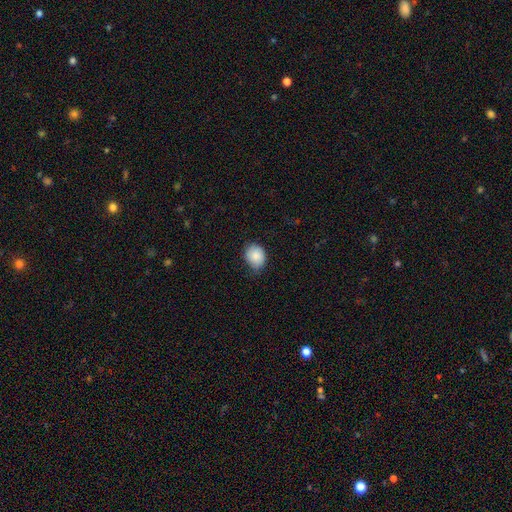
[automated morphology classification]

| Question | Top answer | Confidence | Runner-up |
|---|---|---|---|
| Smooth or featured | smooth | 87% | star or artifact (7%) |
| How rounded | round | 51% | in between (48%) |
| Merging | none | 67% | minor disturbance (27%) |